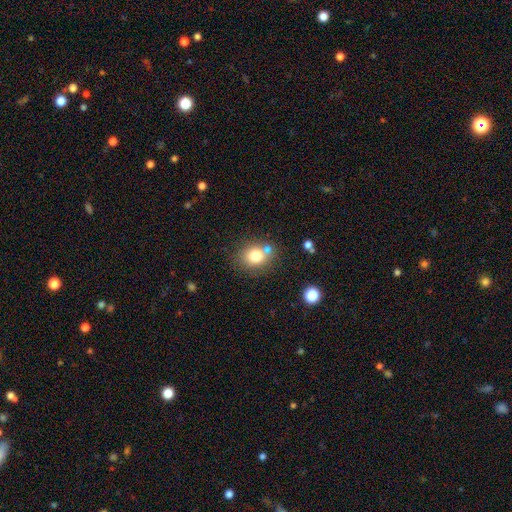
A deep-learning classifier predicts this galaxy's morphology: Overall: smooth (76%). How rounded: round (63%; in between 36%). Merging: none (61%; merger 23%).